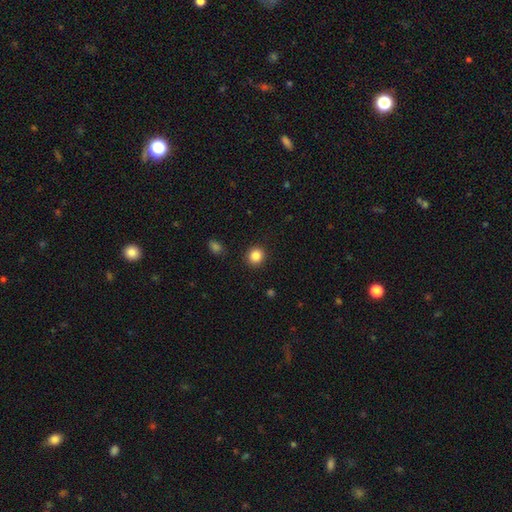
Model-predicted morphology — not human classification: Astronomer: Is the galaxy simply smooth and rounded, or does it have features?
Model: smooth — 85%.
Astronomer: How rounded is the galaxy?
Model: round — 89%.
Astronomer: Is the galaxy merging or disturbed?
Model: none — 92%.